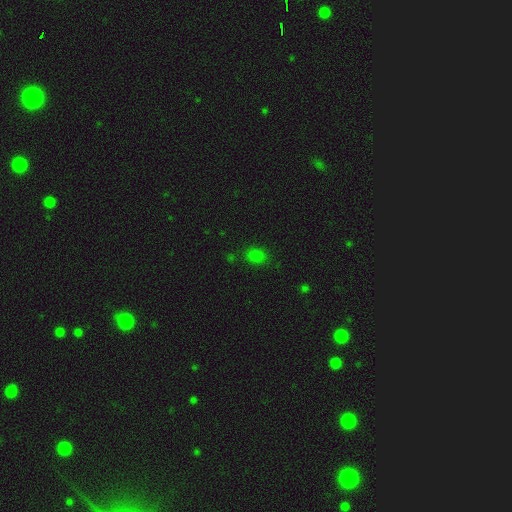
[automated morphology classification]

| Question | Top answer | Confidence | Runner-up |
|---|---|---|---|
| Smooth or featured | smooth | 78% | star or artifact (18%) |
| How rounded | in between | 71% | round (27%) |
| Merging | none | 81% | minor disturbance (13%) |